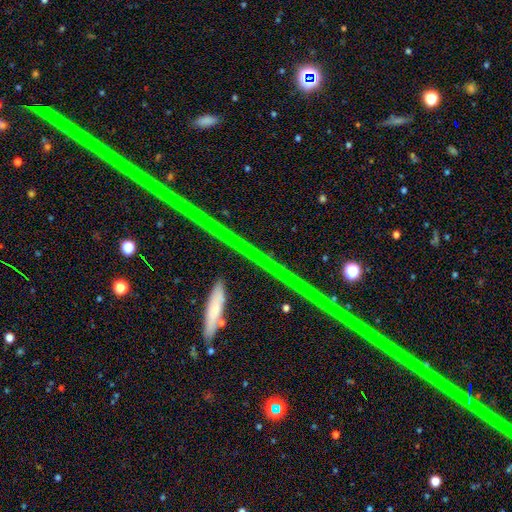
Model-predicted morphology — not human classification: type=star or artifact (80%).